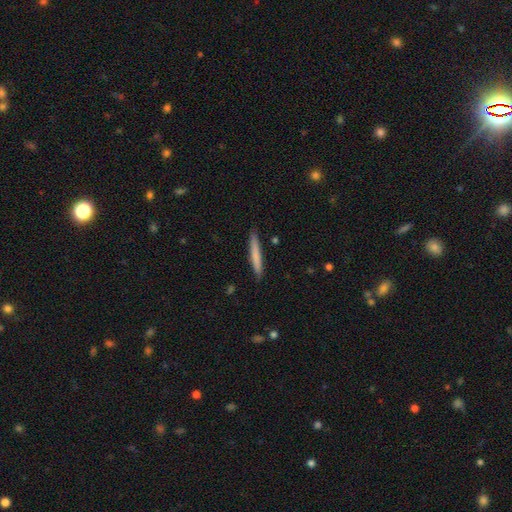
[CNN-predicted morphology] smooth_or_featured: smooth (p=0.73) [alt: featured or disk p=0.22]
how_rounded: cigar-shaped (p=0.96) [alt: in between p=0.03]
merging: none (p=0.90) [alt: minor disturbance p=0.07]